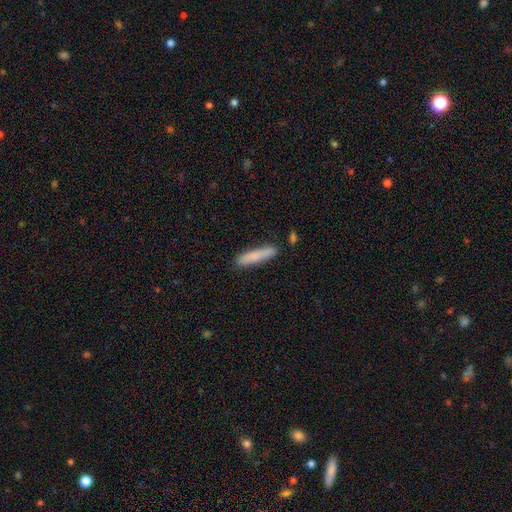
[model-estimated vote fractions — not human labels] A smooth galaxy with no disk features (81%) that is cigar-shaped (89%). Merging: none (85%).